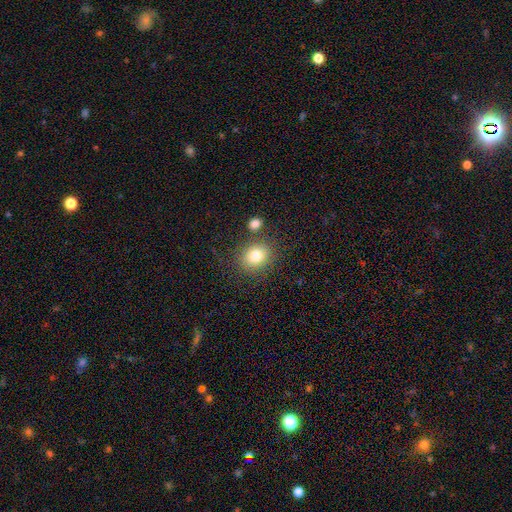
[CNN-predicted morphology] Smooth or featured: smooth — 80% (star or artifact — 11%)
How rounded: round — 66% (in between — 33%)
Merging: none — 76% (minor disturbance — 11%)